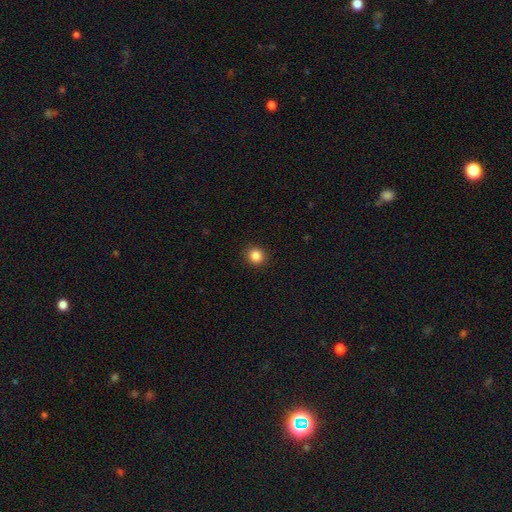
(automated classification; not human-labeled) Smooth or featured: smooth — 85% (star or artifact — 11%)
How rounded: round — 86% (in between — 13%)
Merging: none — 91% (minor disturbance — 6%)